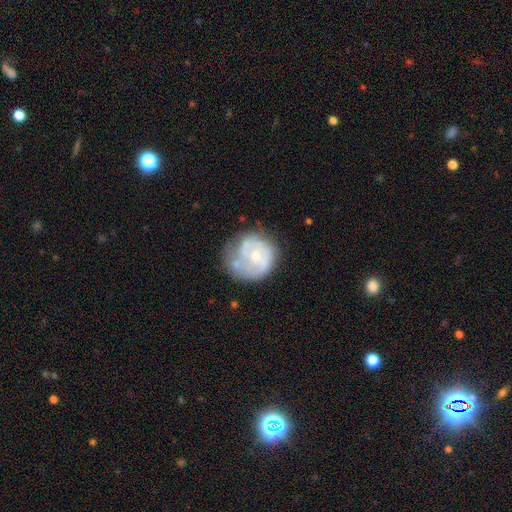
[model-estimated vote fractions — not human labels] Smooth or featured? featured or disk (59%)
Edge-on disk? no (98%)
Bar? no (79%)
Spiral arms? yes (51%)
Bulge size? small (53%)
Merging? none (45%)